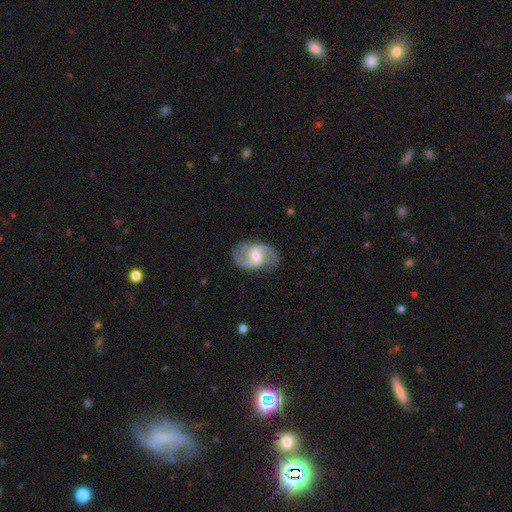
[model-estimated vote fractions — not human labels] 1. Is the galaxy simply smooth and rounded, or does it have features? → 88% featured or disk, 7% smooth, 5% star or artifact.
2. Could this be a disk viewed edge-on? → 98% no, 2% yes.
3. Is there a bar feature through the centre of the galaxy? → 53% weak, 25% no, 22% strong.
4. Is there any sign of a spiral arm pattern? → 97% yes, 3% no.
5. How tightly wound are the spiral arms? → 51% medium, 38% loose, 11% tight.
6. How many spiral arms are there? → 92% 2, 3% can't tell, 2% 3, 1% 1, 1% 4, 1% more than 4.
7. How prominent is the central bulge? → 48% moderate, 44% small, 4% large, 3% none, 1% dominant.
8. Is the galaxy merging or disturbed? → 80% none, 13% minor disturbance, 5% major disturbance, 1% merger.